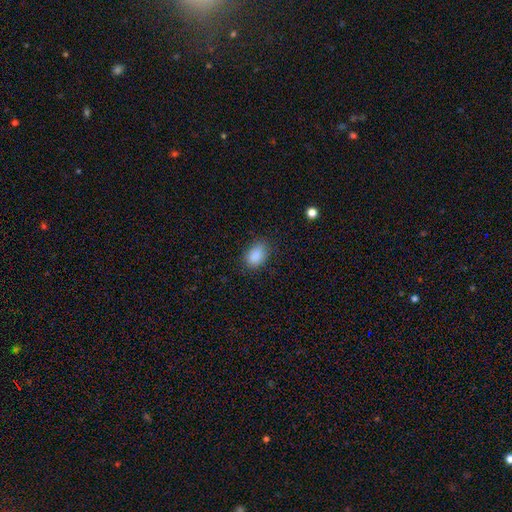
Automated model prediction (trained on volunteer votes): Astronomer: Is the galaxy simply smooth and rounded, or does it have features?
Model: smooth — 88%.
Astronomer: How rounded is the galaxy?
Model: in between — 82%.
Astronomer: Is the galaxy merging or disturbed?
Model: none — 78%.